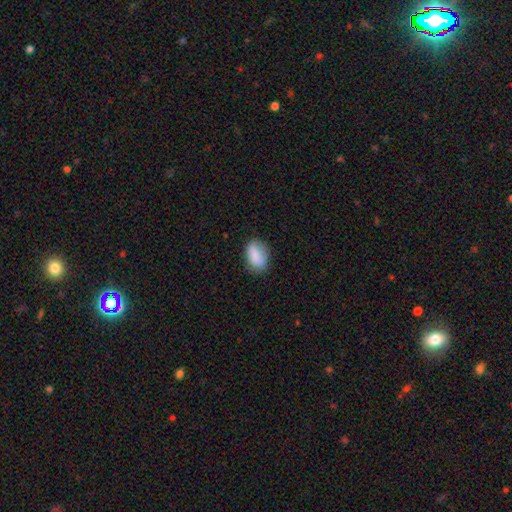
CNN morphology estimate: Smooth or featured? Predicted: smooth (p=0.84). How rounded? Predicted: in between (p=0.83). Merging? Predicted: none (p=0.72).